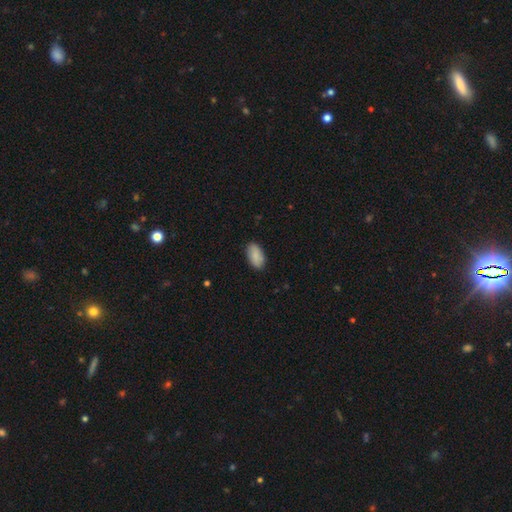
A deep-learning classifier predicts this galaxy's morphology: Smooth or featured? Predicted: smooth (p=0.89). How rounded? Predicted: in between (p=0.94). Merging? Predicted: none (p=0.87).